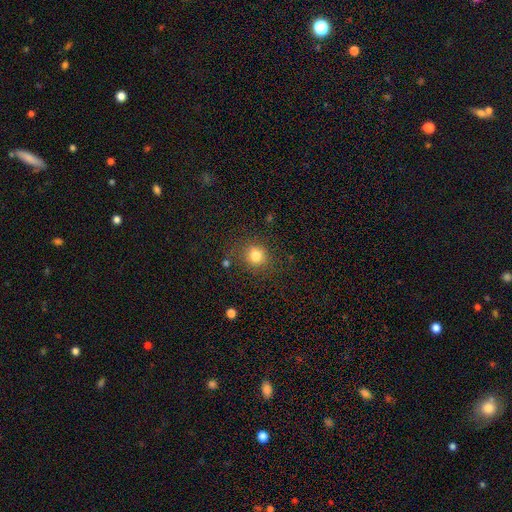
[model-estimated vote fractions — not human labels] Overall: smooth (80%). How rounded: round (82%). Merging: none (78%).